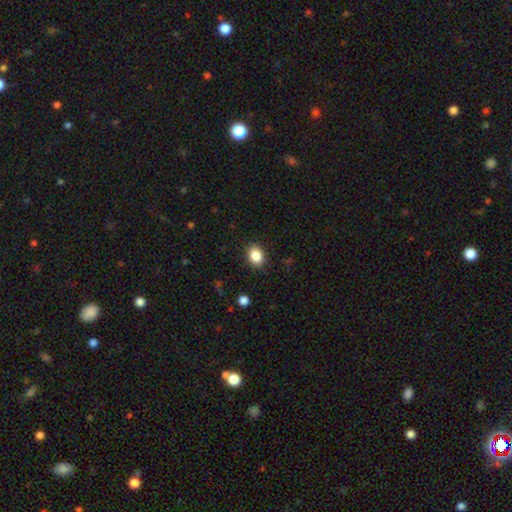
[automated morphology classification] smooth-or-featured: smooth: 86% | star or artifact: 9% | featured or disk: 5%
  how-rounded: in between: 56% | round: 43% | cigar-shaped: 1%
  merging: none: 87% | minor disturbance: 9% | major disturbance: 2% | merger: 1%